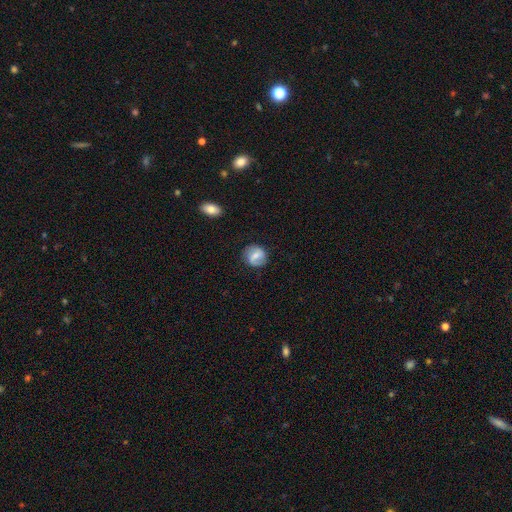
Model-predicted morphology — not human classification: Q: Smooth or featured?
A: smooth (48%); runner-up: featured or disk (44%)
Q: Merging?
A: none (80%); runner-up: minor disturbance (14%)